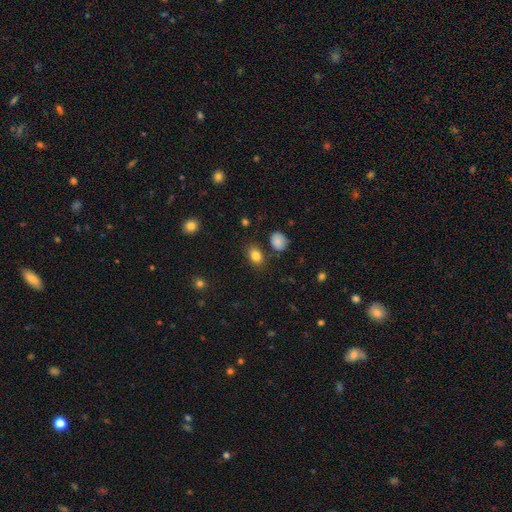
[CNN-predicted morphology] smooth_or_featured: smooth (p=0.84) [alt: star or artifact p=0.10]
how_rounded: in between (p=0.76) [alt: round p=0.22]
merging: none (p=0.81) [alt: minor disturbance p=0.11]